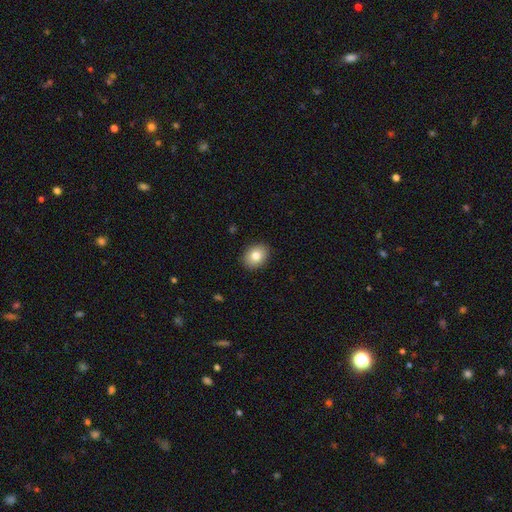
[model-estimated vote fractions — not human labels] smooth-or-featured: smooth: 82% | featured or disk: 9% | star or artifact: 9%
  how-rounded: in between: 56% | round: 43% | cigar-shaped: 1%
  merging: none: 90% | minor disturbance: 7% | major disturbance: 2% | merger: 1%